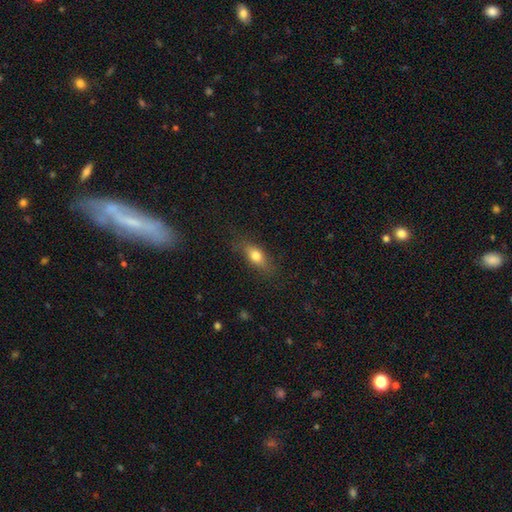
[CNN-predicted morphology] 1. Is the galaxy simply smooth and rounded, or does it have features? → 75% smooth, 17% featured or disk, 9% star or artifact.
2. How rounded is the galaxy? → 74% in between, 18% cigar-shaped, 8% round.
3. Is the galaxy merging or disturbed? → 75% none, 18% minor disturbance, 6% major disturbance, 1% merger.